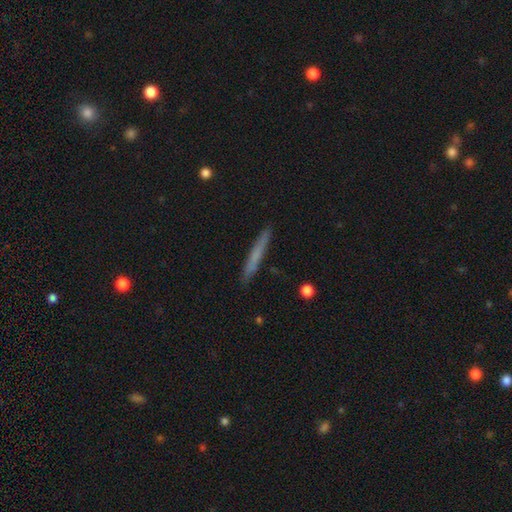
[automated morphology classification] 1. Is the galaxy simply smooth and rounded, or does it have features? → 61% smooth, 32% featured or disk, 7% star or artifact.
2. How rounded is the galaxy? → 96% cigar-shaped, 2% in between, 1% round.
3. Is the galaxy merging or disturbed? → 90% none, 7% minor disturbance, 1% major disturbance, 1% merger.